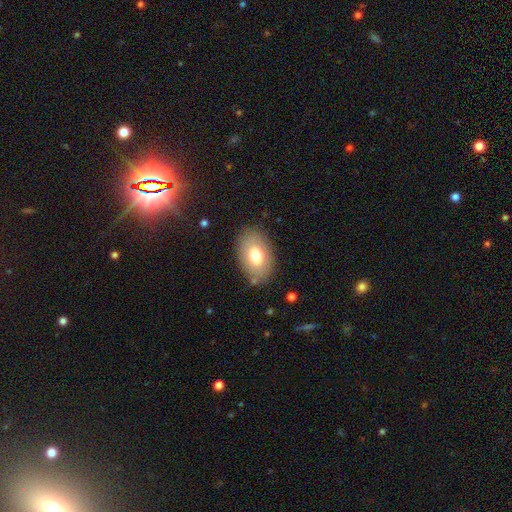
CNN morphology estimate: smooth_or_featured: smooth (p=0.71) [alt: featured or disk p=0.21]
how_rounded: in between (p=0.88) [alt: round p=0.11]
merging: none (p=0.81) [alt: minor disturbance p=0.13]